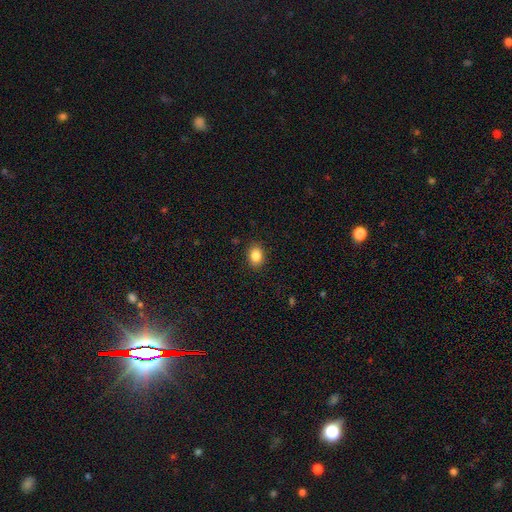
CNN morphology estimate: smooth_or_featured: smooth (p=0.85) [alt: star or artifact p=0.09]
how_rounded: in between (p=0.64) [alt: round p=0.35]
merging: none (p=0.89) [alt: minor disturbance p=0.08]